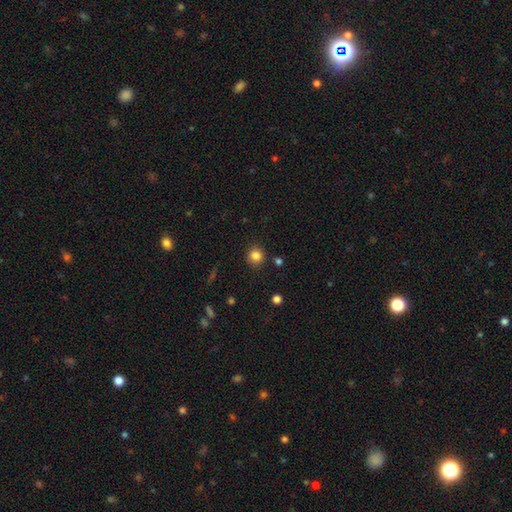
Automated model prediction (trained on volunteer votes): The model was most divided on "smooth or featured": smooth: 83%, star or artifact: 12%, featured or disk: 5%. More confident: how rounded — round (89%); merging — none (87%).